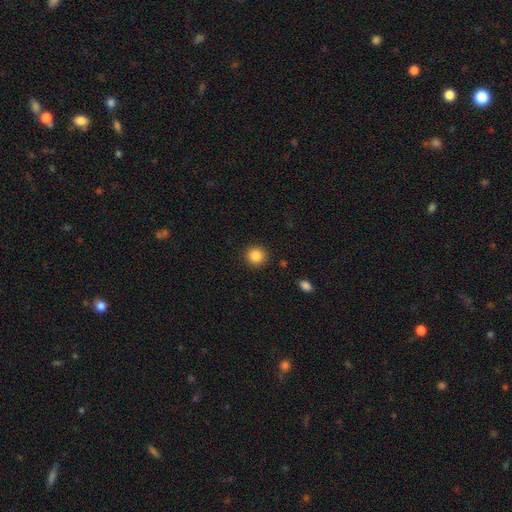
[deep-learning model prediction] Overall: smooth (86%). How rounded: round (92%). Merging: none (91%).